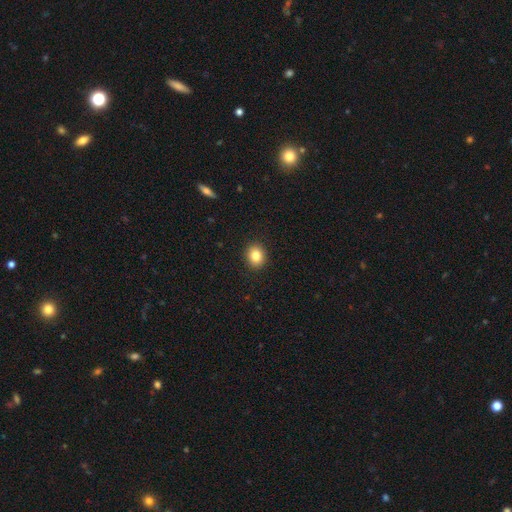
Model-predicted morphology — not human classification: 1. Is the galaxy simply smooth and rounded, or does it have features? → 83% smooth, 10% star or artifact, 7% featured or disk.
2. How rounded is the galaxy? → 72% round, 27% in between, 1% cigar-shaped.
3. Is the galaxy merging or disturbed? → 92% none, 6% minor disturbance, 2% major disturbance, 1% merger.